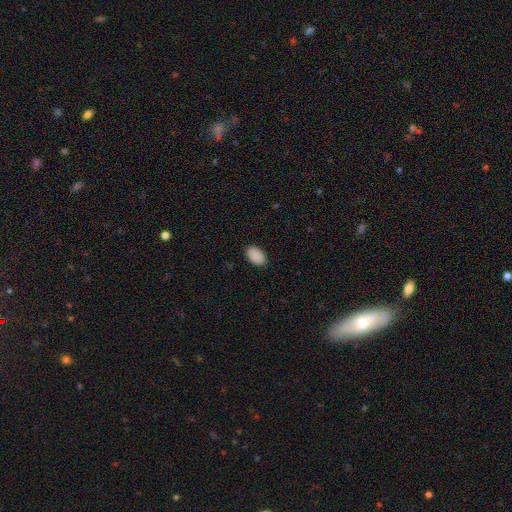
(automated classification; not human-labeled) smooth_or_featured: smooth (p=0.91) [alt: star or artifact p=0.07]
how_rounded: in between (p=0.91) [alt: round p=0.08]
merging: none (p=0.90) [alt: minor disturbance p=0.08]